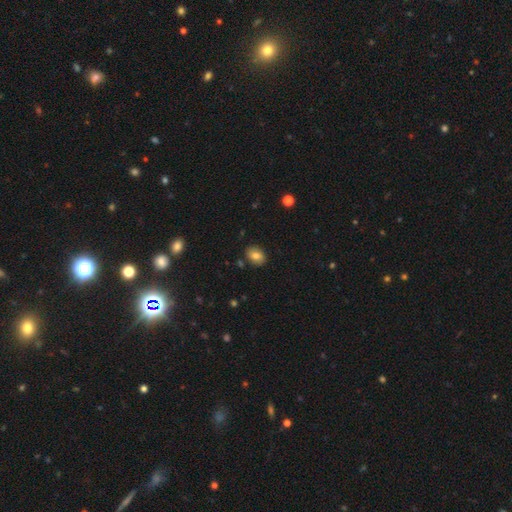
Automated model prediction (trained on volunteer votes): This appears to be a smooth galaxy with no disk features (80%) that is in between round and cigar-shaped (70%). Merging: none (84%).